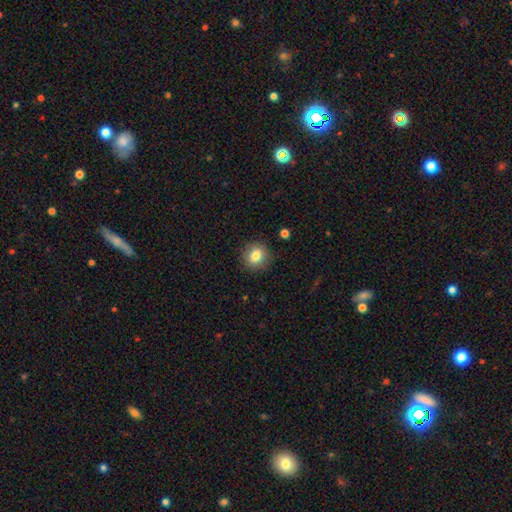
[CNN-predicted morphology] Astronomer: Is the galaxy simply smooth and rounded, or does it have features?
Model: smooth — 81%.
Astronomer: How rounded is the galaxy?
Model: round — 83%.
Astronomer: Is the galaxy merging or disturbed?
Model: none — 89%.